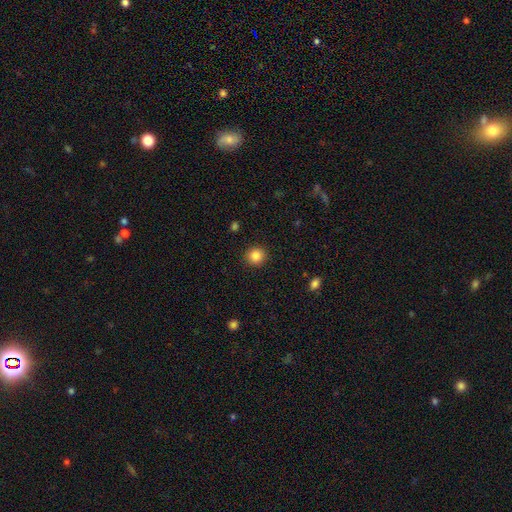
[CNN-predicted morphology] Smooth or featured? smooth (86%)
How rounded? round (90%)
Merging? none (92%)